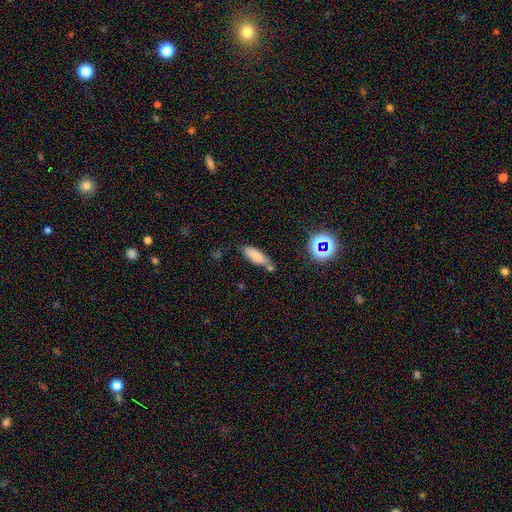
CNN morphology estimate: This appears to be a smooth galaxy with no disk features (76%) that is in between round and cigar-shaped (62%). Merging: none (56%).